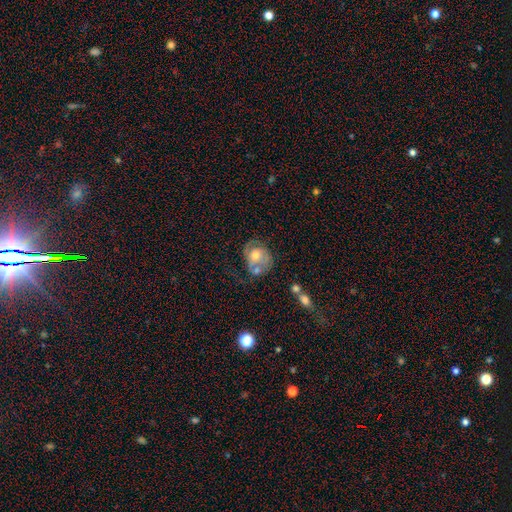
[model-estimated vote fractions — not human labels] A featured or disk galaxy (49%).

Vote fractions:
- Smooth or featured? featured or disk: 49% / smooth: 43% / star or artifact: 8%
- Merging? none: 35% / minor disturbance: 24% / merger: 21% / major disturbance: 19%